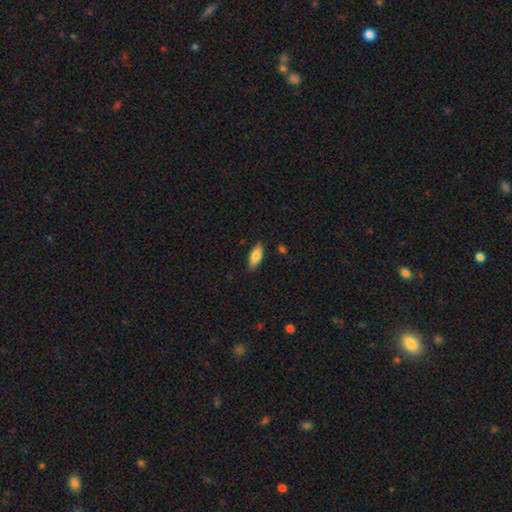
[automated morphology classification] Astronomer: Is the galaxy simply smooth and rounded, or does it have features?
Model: smooth — 81%.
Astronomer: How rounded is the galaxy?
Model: in between — 76%.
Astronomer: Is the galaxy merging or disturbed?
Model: none — 85%.